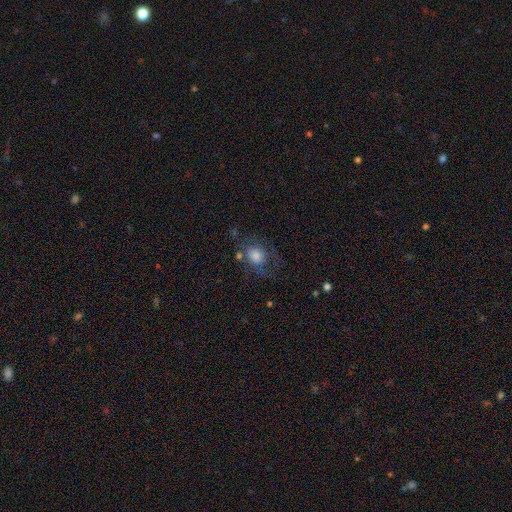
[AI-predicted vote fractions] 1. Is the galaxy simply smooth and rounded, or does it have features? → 65% smooth, 25% featured or disk, 10% star or artifact.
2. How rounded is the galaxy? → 59% round, 40% in between, 1% cigar-shaped.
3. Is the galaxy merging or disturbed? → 52% none, 23% minor disturbance, 21% major disturbance, 5% merger.